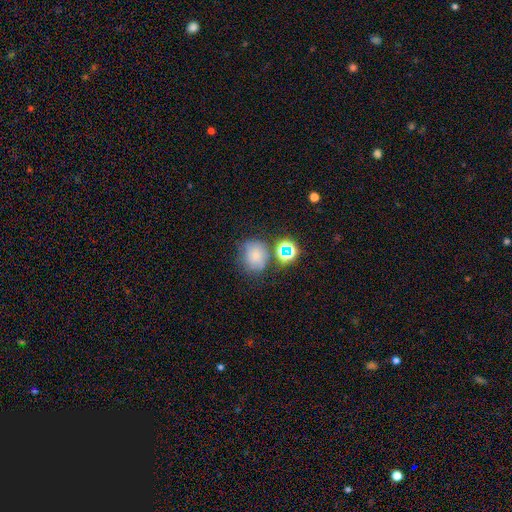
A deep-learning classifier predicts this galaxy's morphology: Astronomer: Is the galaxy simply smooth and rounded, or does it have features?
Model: smooth — 68%.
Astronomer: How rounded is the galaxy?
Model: round — 67%.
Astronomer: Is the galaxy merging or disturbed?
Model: none — 60%.